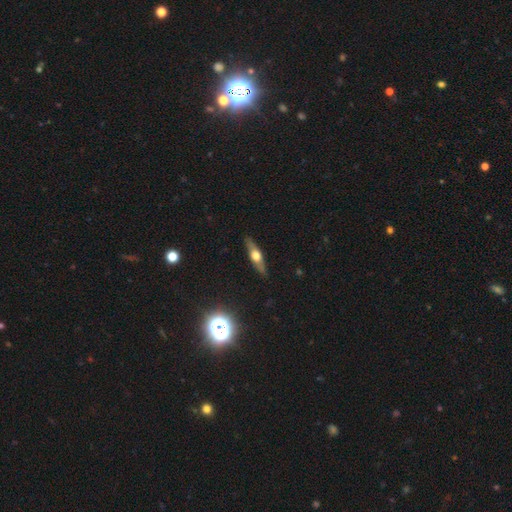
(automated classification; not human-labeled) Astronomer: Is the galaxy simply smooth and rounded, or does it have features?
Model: featured or disk — 58% (runner-up: smooth, 34%).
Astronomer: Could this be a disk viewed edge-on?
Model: yes — 90%.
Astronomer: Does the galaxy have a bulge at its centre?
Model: rounded — 93%.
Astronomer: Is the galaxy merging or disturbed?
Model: none — 87%.